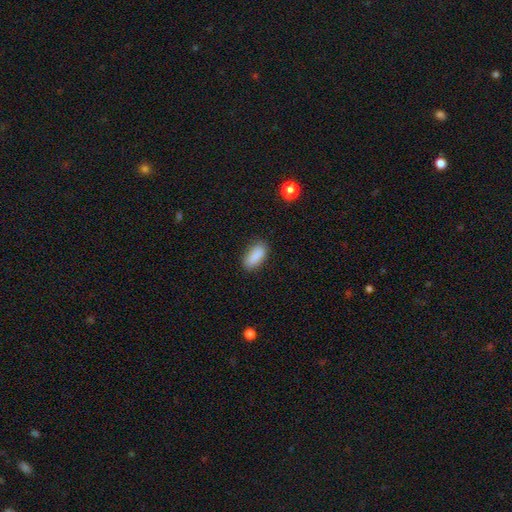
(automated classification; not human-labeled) smooth-or-featured: smooth: 88% | star or artifact: 8% | featured or disk: 4%
  how-rounded: in between: 85% | cigar-shaped: 12% | round: 3%
  merging: none: 80% | minor disturbance: 15% | major disturbance: 3% | merger: 2%